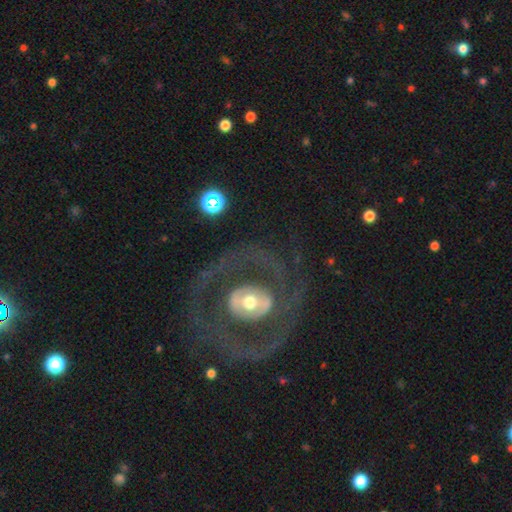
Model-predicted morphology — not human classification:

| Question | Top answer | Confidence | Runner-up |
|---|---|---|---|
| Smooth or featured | featured or disk | 80% | smooth (13%) |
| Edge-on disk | no | 96% | yes (4%) |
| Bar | no | 59% | weak (24%) |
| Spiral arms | yes | 55% | no (45%) |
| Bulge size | moderate | 51% | small (32%) |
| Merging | none | 75% | minor disturbance (12%) |